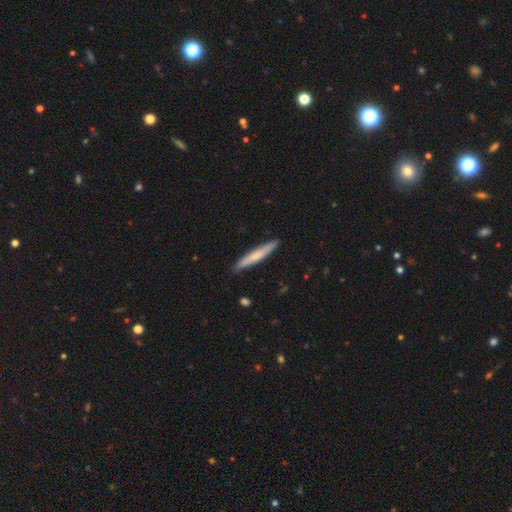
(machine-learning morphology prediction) smooth 62%, featured or disk 33%, star or artifact 5%. Down the decision tree: how rounded — cigar-shaped (95%); merging — none (90%).